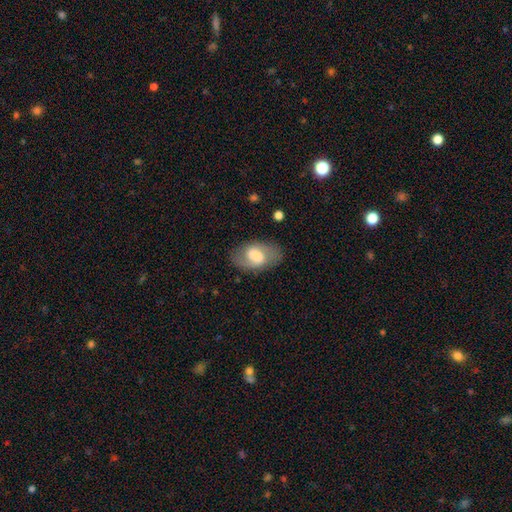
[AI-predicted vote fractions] Smooth or featured? featured or disk (49%)
Merging? none (81%)